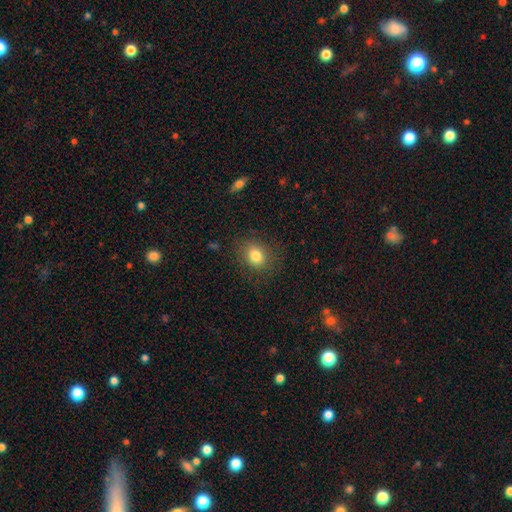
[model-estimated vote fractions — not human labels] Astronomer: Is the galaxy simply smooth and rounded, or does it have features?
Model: smooth — 80%.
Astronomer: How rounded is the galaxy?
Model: round — 56% (runner-up: in between, 43%).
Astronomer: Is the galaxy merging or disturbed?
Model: none — 82%.